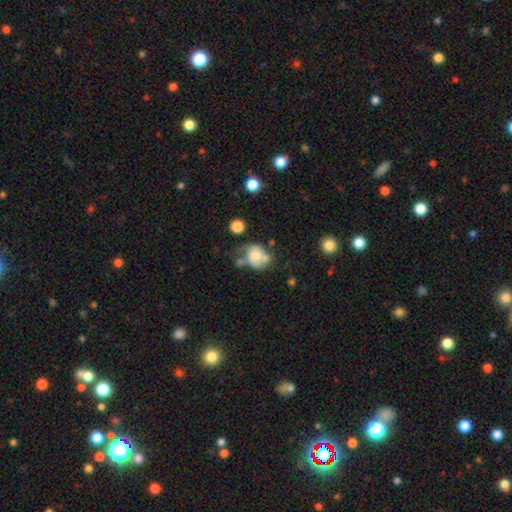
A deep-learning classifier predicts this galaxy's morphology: Q: Smooth or featured?
A: smooth (51%); runner-up: featured or disk (40%)
Q: How rounded?
A: in between (55%); runner-up: round (44%)
Q: Merging?
A: major disturbance (28%); runner-up: merger (25%)